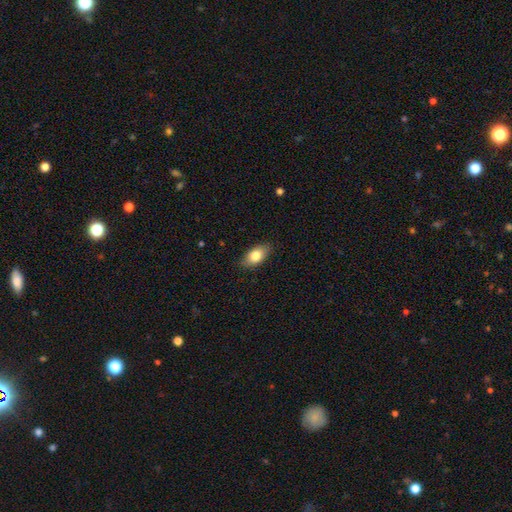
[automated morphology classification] A smooth galaxy with no disk features (78%) that is in between round and cigar-shaped (89%). Merging: none (85%).